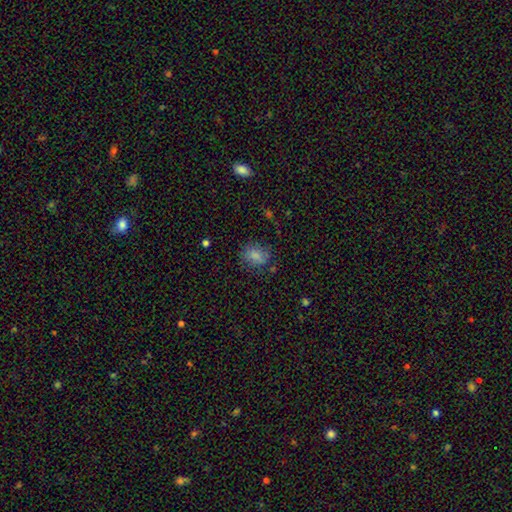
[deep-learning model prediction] A smooth galaxy with no disk features (77%) that is in between round and cigar-shaped (57%).

Vote fractions:
- Smooth or featured? smooth: 77% / star or artifact: 13% / featured or disk: 10%
- How rounded? in between: 57% / round: 42% / cigar-shaped: 1%
- Merging? none: 70% / minor disturbance: 20% / major disturbance: 8% / merger: 2%